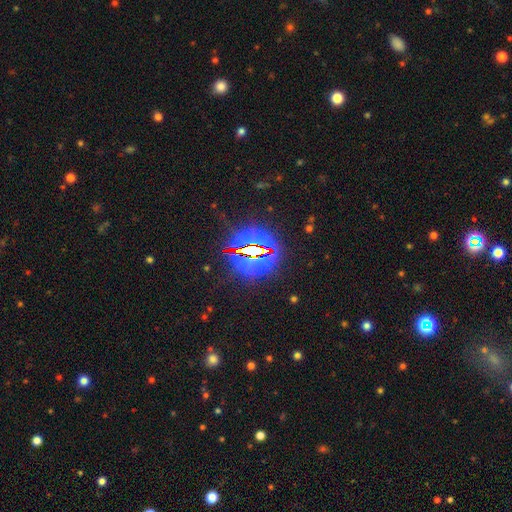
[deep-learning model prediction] Smooth or featured? Predicted: star or artifact (p=0.82).